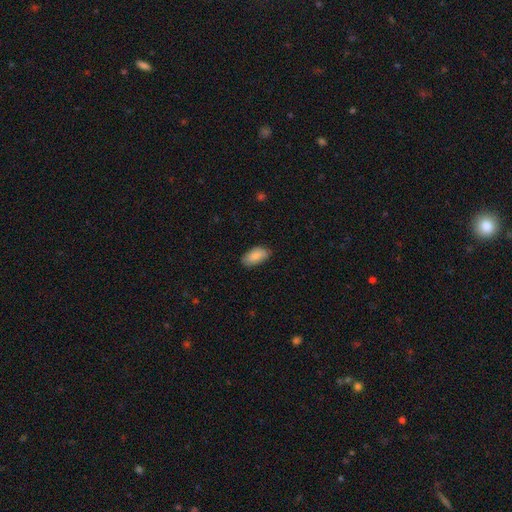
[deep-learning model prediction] A smooth galaxy with no disk features (87%) that is in between round and cigar-shaped (93%).

Vote fractions:
- Smooth or featured? smooth: 87% / featured or disk: 7% / star or artifact: 6%
- How rounded? in between: 93% / cigar-shaped: 4% / round: 2%
- Merging? none: 82% / minor disturbance: 14% / major disturbance: 2% / merger: 1%